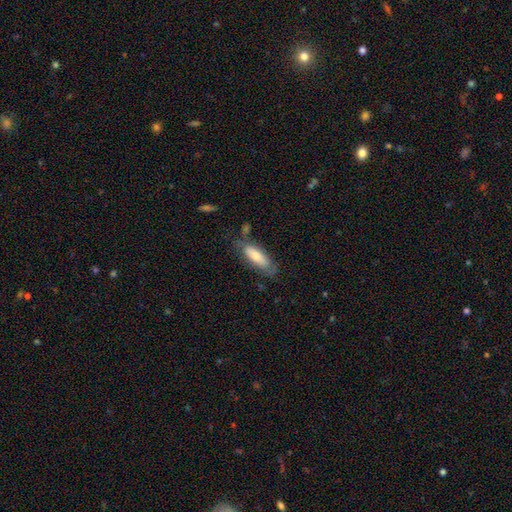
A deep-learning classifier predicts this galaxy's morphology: Smooth or featured? smooth (71%)
How rounded? in between (58%)
Merging? none (65%)